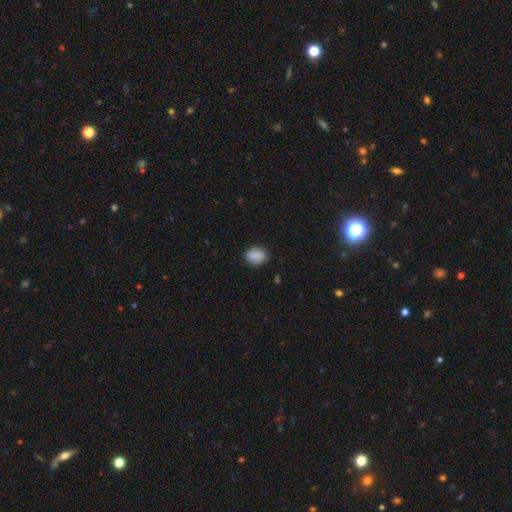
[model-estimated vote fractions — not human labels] Overall: smooth (81%). How rounded: round (56%; in between 43%). Merging: none (81%).